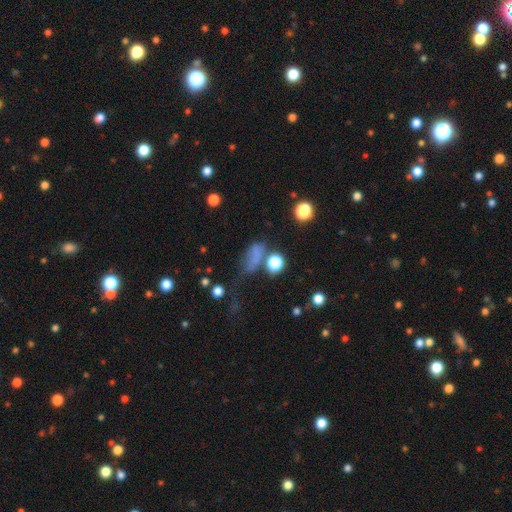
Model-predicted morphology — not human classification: Smooth or featured? Predicted: smooth (p=0.62). How rounded? Predicted: in between (p=0.68). Merging? Predicted: none (p=0.34).